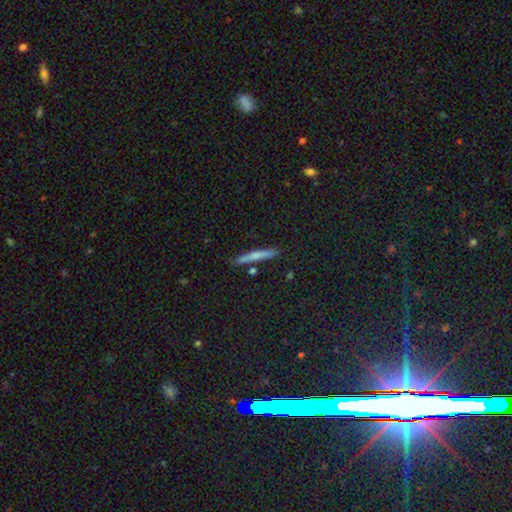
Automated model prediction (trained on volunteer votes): A smooth galaxy with no disk features (56%) that is cigar-shaped (93%). Merging: none (84%).